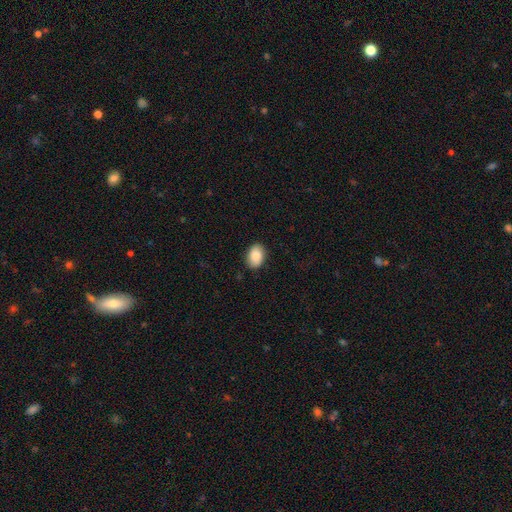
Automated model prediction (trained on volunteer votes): smooth-or-featured: smooth: 87% | star or artifact: 7% | featured or disk: 6%
  how-rounded: in between: 86% | round: 13% | cigar-shaped: 1%
  merging: none: 87% | minor disturbance: 10% | major disturbance: 2% | merger: 1%